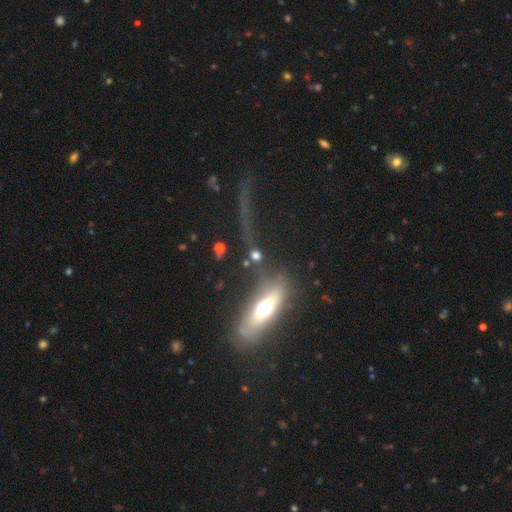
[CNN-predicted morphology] Q: Smooth or featured?
A: smooth (52%); runner-up: featured or disk (27%)
Q: How rounded?
A: round (51%); runner-up: in between (33%)
Q: Merging?
A: none (51%); runner-up: major disturbance (24%)